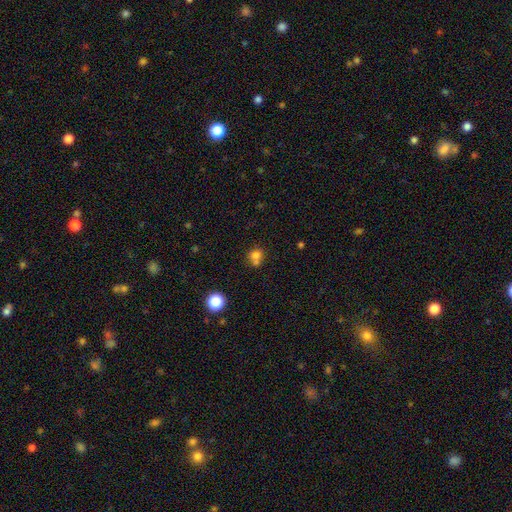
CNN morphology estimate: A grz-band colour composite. It shows a smooth galaxy with no disk features (75%) that is round (80%). Merging: none (45%).